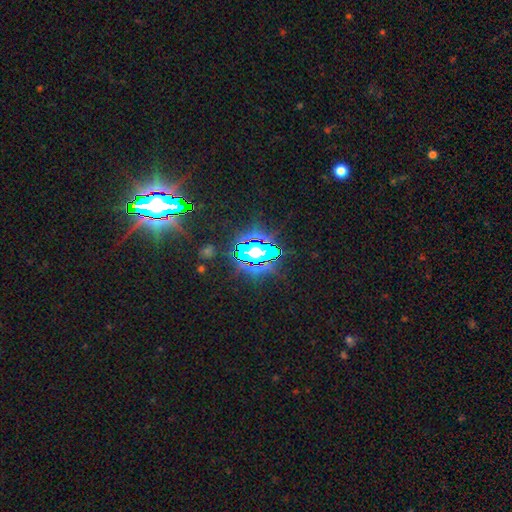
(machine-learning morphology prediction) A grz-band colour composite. It shows a star or artifact, not a galaxy (84%).